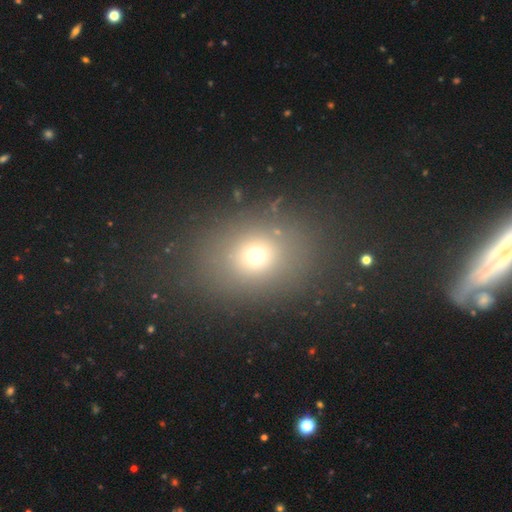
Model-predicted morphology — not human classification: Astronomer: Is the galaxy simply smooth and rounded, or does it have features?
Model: smooth — 66%.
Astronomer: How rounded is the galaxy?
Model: round — 52% (runner-up: in between, 47%).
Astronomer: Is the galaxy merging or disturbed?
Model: none — 81%.